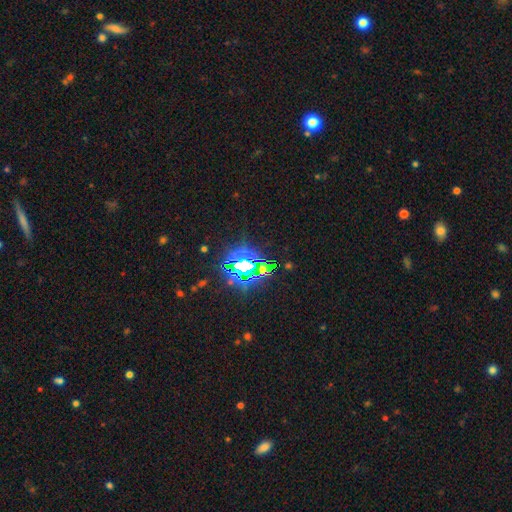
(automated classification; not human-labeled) Smooth or featured? Predicted: star or artifact (p=0.79).